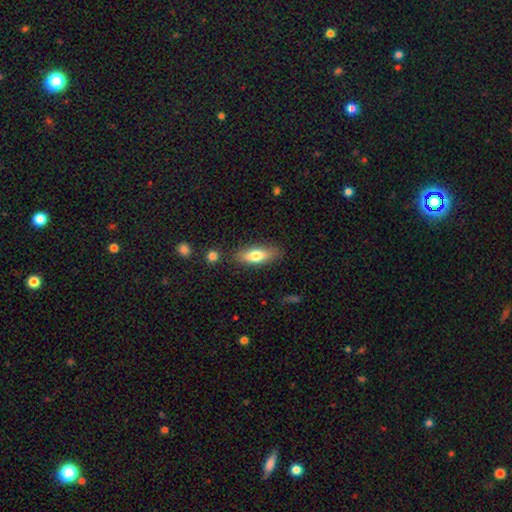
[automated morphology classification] Overall: smooth (72%). How rounded: in between (66%; cigar-shaped 31%). Merging: none (81%).